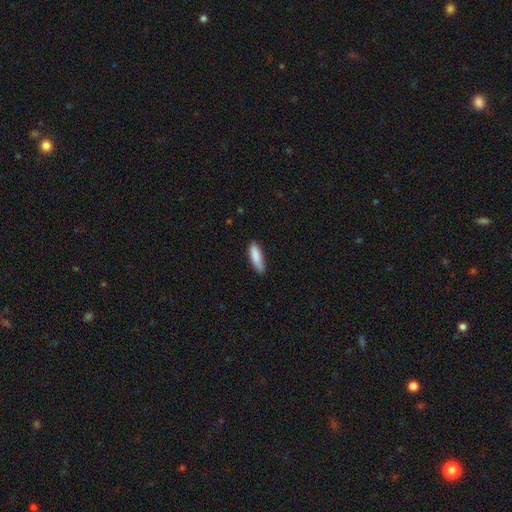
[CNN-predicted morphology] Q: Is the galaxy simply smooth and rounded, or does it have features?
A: smooth — 87%.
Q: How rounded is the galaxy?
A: cigar-shaped — 52%.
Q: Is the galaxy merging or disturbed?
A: none — 74%.